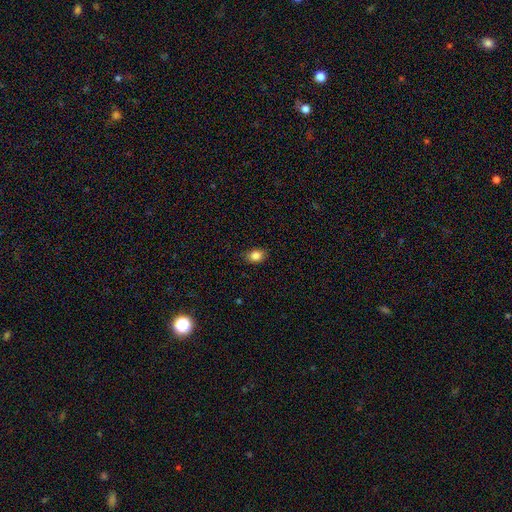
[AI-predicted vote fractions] Smooth or featured? Predicted: smooth (p=0.84). How rounded? Predicted: in between (p=0.67). Merging? Predicted: none (p=0.83).